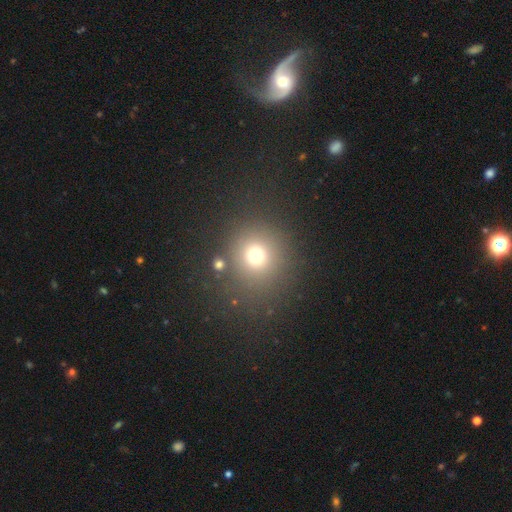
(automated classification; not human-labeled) Q: Smooth or featured?
A: smooth (72%); runner-up: star or artifact (20%)
Q: How rounded?
A: round (90%); runner-up: in between (9%)
Q: Merging?
A: none (82%); runner-up: minor disturbance (8%)